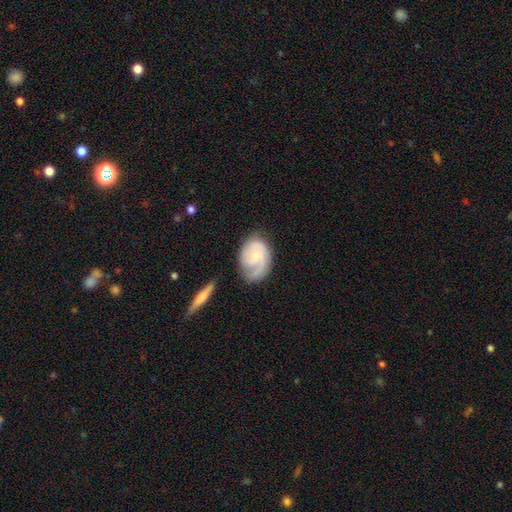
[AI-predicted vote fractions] The model was most divided on "spiral winding": tight: 44%, medium: 39%, loose: 17%. Remaining: edge-on disk — no (97%); spiral arms — yes (92%); smooth or featured — featured or disk (68%); bar — no (68%); bulge size — small (64%); merging — none (60%); spiral arm count — 2 (41%).